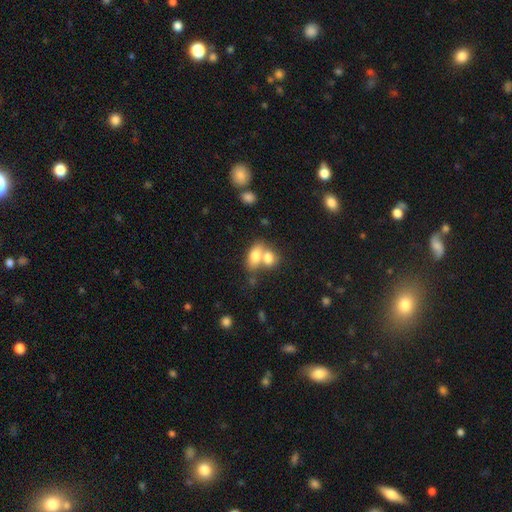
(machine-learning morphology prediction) smooth_or_featured: smooth (p=0.75) [alt: featured or disk p=0.17]
how_rounded: in between (p=0.82) [alt: round p=0.15]
merging: merger (p=0.65) [alt: none p=0.24]